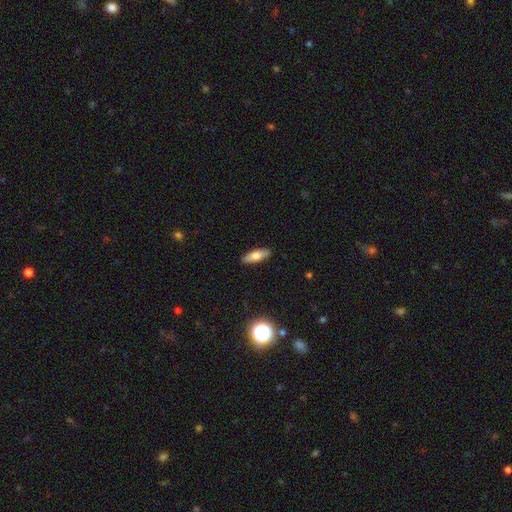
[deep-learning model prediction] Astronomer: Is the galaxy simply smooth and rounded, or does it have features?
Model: smooth — 72%.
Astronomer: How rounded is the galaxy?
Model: in between — 58% (runner-up: cigar-shaped, 39%).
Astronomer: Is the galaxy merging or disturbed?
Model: none — 89%.